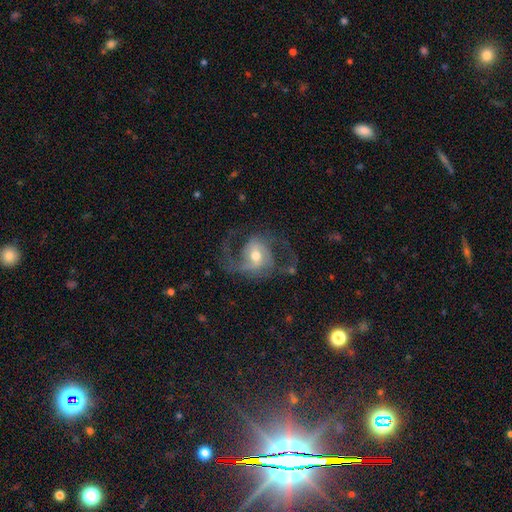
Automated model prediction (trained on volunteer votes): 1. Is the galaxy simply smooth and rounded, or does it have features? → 84% featured or disk, 10% smooth, 6% star or artifact.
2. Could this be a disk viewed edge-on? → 97% no, 3% yes.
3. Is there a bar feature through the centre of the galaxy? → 44% weak, 36% no, 19% strong.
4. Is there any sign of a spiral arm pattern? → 94% yes, 6% no.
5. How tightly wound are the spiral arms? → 50% medium, 38% loose, 12% tight.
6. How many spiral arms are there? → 78% 2, 7% 1, 6% 3, 5% can't tell, 2% 4, 2% more than 4.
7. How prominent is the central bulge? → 65% moderate, 26% small, 6% large, 1% none, 1% dominant.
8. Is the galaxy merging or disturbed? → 59% none, 22% major disturbance, 17% minor disturbance, 2% merger.